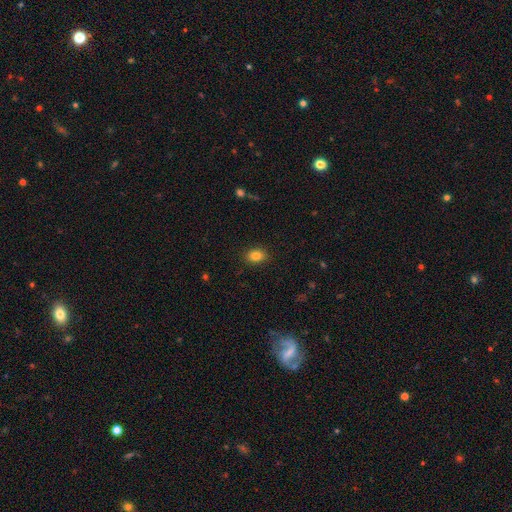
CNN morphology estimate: Overall: smooth (83%). How rounded: in between (67%; round 32%). Merging: none (88%).